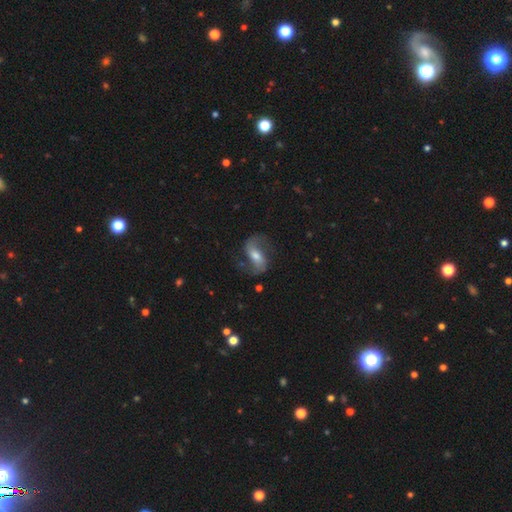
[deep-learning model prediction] Smooth or featured: featured or disk — 80% (smooth — 13%)
Edge-on disk: no — 96% (yes — 4%)
Bar: weak — 44% (strong — 32%)
Spiral arms: yes — 94% (no — 6%)
Spiral winding: loose — 58% (medium — 34%)
Spiral arm count: 2 — 92% (can't tell — 3%)
Bulge size: moderate — 55% (small — 30%)
Merging: none — 72% (minor disturbance — 15%)